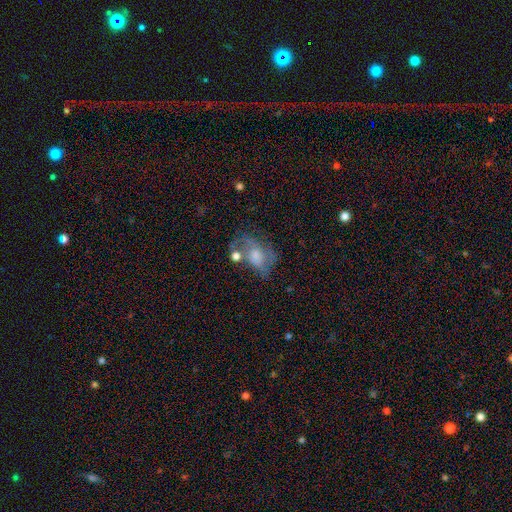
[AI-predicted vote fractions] Smooth or featured?
  - featured or disk: 55% *
  - smooth: 31%
  - star or artifact: 13%
Edge-on disk?
  - no: 96% *
  - yes: 4%
Bar?
  - no: 69% *
  - weak: 25%
  - strong: 5%
Spiral arms?
  - yes: 66% *
  - no: 34%
Bulge size?
  - moderate: 40% *
  - small: 23%
  - large: 21%
  - none: 13%
  - dominant: 3%
Merging?
  - none: 40% *
  - major disturbance: 25%
  - minor disturbance: 21%
  - merger: 15%